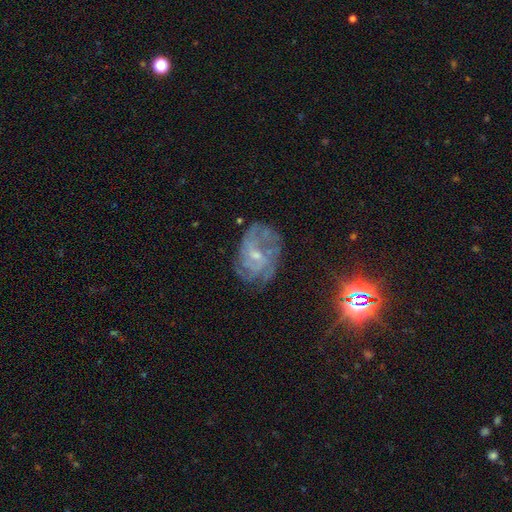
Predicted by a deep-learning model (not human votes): Q: Smooth or featured?
A: featured or disk (74%); runner-up: star or artifact (15%)
Q: Edge-on disk?
A: no (97%); runner-up: yes (3%)
Q: Bar?
A: no (51%); runner-up: weak (41%)
Q: Spiral arms?
A: yes (88%); runner-up: no (12%)
Q: Spiral winding?
A: tight (48%); runner-up: medium (38%)
Q: Spiral arm count?
A: can't tell (43%); runner-up: 3 (17%)
Q: Bulge size?
A: small (67%); runner-up: moderate (25%)
Q: Merging?
A: none (63%); runner-up: minor disturbance (21%)